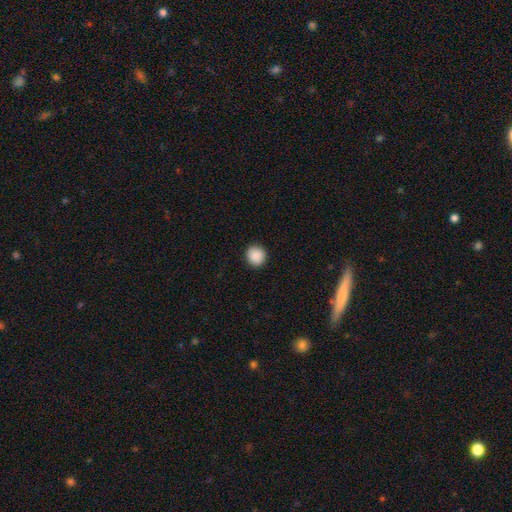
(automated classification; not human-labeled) Overall: smooth (90%). How rounded: round (91%). Merging: none (92%).